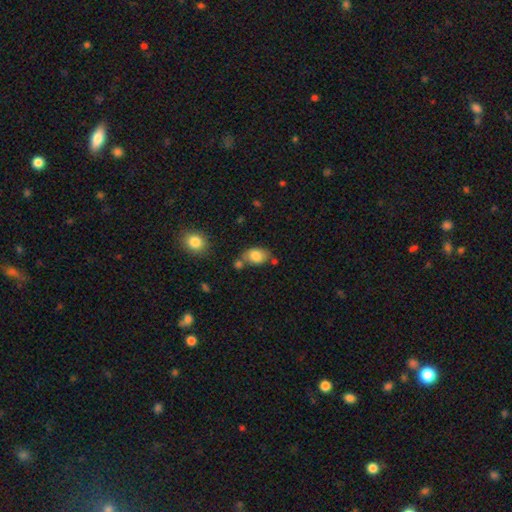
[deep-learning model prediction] A smooth galaxy with no disk features (81%) that is in between round and cigar-shaped (83%).

Vote fractions:
- Smooth or featured? smooth: 81% / featured or disk: 11% / star or artifact: 8%
- How rounded? in between: 83% / round: 16% / cigar-shaped: 1%
- Merging? none: 58% / minor disturbance: 20% / merger: 17% / major disturbance: 5%